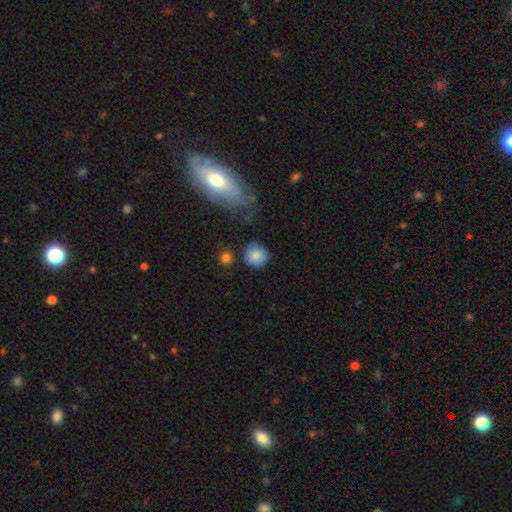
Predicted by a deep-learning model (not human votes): Q: Smooth or featured?
A: smooth (83%); runner-up: featured or disk (9%)
Q: How rounded?
A: round (93%); runner-up: in between (6%)
Q: Merging?
A: none (81%); runner-up: minor disturbance (11%)